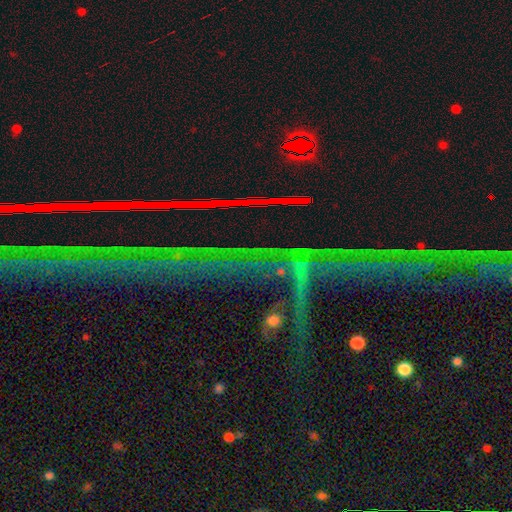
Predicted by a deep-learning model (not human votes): smooth-or-featured: star or artifact: 83% | featured or disk: 9% | smooth: 8%